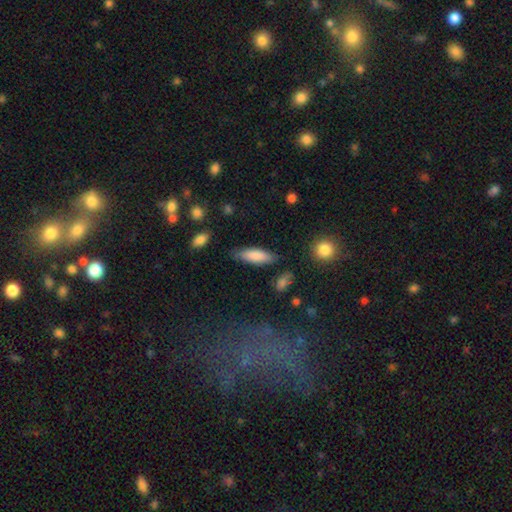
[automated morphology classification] Q: Smooth or featured?
A: smooth (82%); runner-up: featured or disk (12%)
Q: How rounded?
A: in between (52%); runner-up: cigar-shaped (47%)
Q: Merging?
A: none (80%); runner-up: minor disturbance (14%)